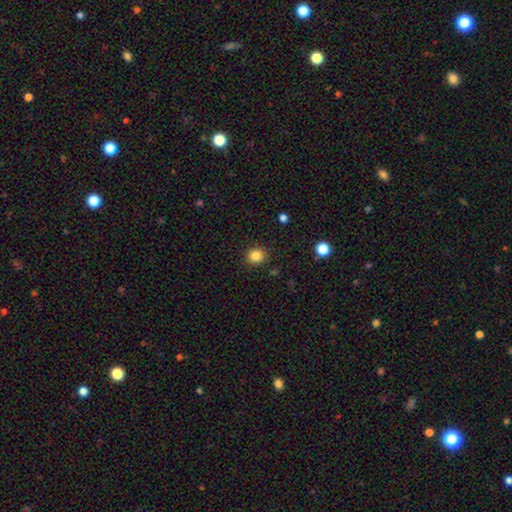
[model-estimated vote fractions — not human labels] Q: Smooth or featured?
A: smooth (83%); runner-up: star or artifact (12%)
Q: How rounded?
A: round (82%); runner-up: in between (17%)
Q: Merging?
A: none (90%); runner-up: minor disturbance (7%)